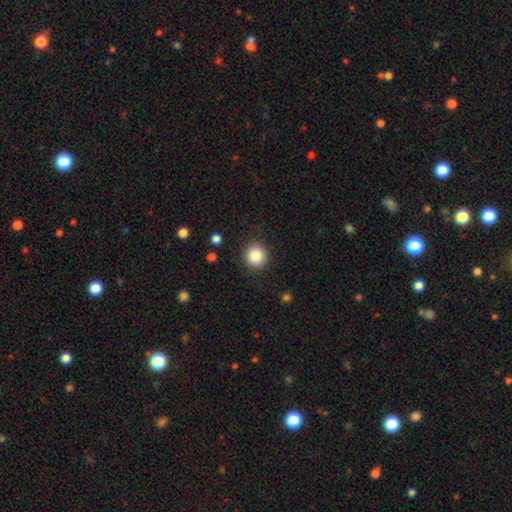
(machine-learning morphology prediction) smooth_or_featured: smooth (p=0.85) [alt: star or artifact p=0.10]
how_rounded: round (p=0.93) [alt: in between p=0.06]
merging: none (p=0.90) [alt: minor disturbance p=0.07]